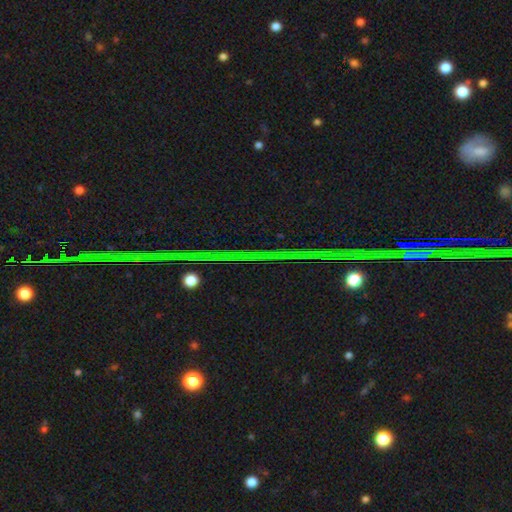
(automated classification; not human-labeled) Overall: star or artifact (85%).